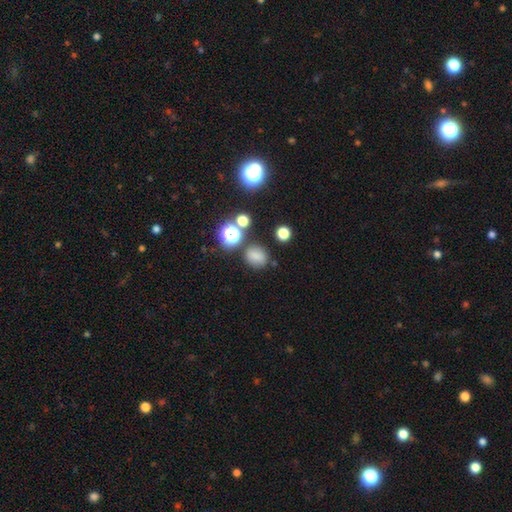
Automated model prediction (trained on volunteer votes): Smooth or featured?
  - smooth: 73% *
  - star or artifact: 19%
  - featured or disk: 8%
How rounded?
  - round: 69% *
  - in between: 30%
  - cigar-shaped: 1%
Merging?
  - none: 76% *
  - minor disturbance: 13%
  - merger: 7%
  - major disturbance: 5%